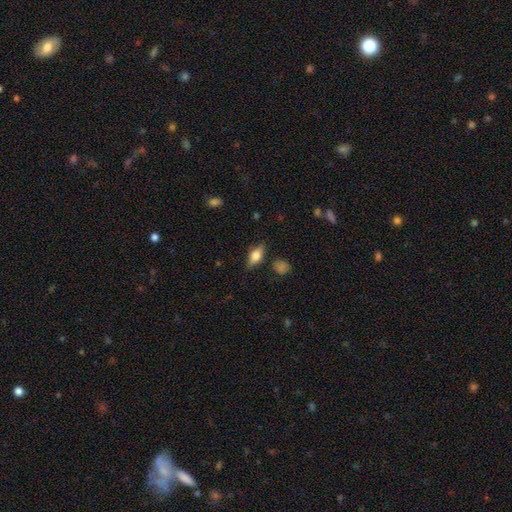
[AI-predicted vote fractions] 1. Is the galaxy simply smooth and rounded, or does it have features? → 53% smooth, 38% featured or disk, 9% star or artifact.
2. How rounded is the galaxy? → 74% in between, 17% cigar-shaped, 9% round.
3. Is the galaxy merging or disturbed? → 77% none, 17% minor disturbance, 4% major disturbance, 2% merger.